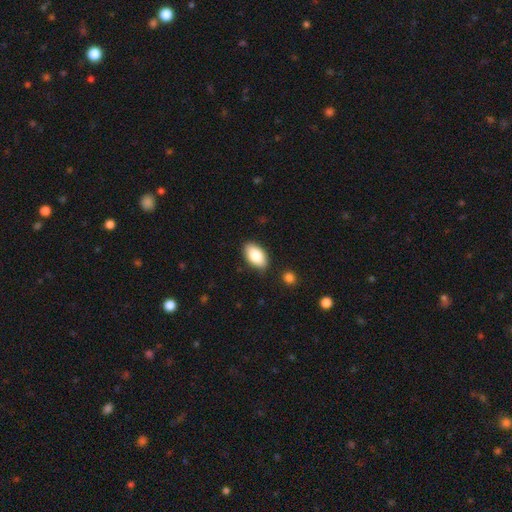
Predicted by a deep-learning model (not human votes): Smooth or featured?
  - smooth: 82% *
  - featured or disk: 11%
  - star or artifact: 7%
How rounded?
  - in between: 94% *
  - round: 4%
  - cigar-shaped: 2%
Merging?
  - none: 86% *
  - minor disturbance: 10%
  - major disturbance: 2%
  - merger: 2%